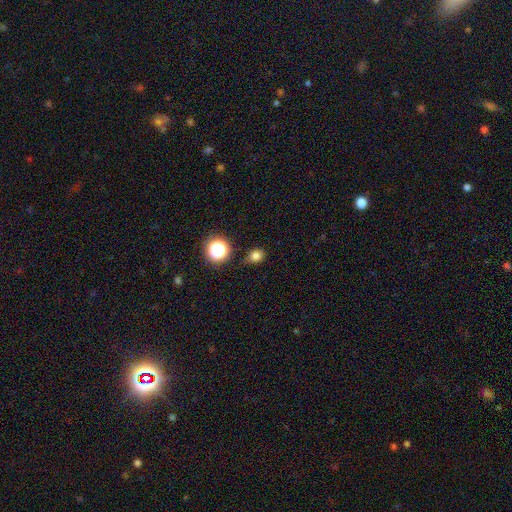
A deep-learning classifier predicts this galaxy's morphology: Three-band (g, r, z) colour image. It shows a smooth galaxy with no disk features (77%) that is round (59%). Merging: none (72%).